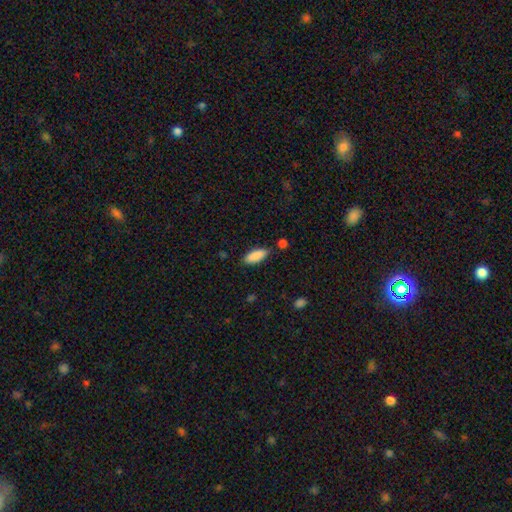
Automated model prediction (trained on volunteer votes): Morphology: type=smooth (89%); roundness=in between (76%); merging=none (83%).